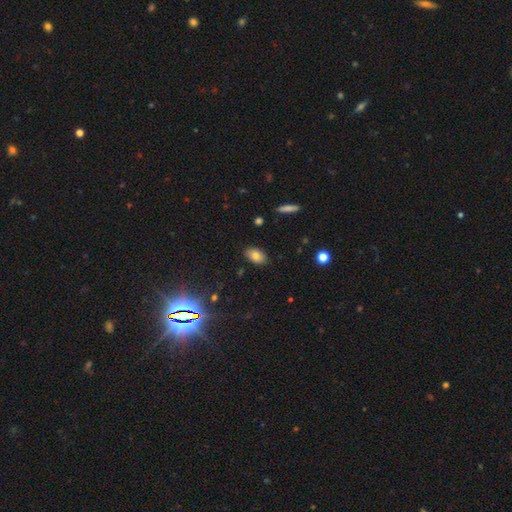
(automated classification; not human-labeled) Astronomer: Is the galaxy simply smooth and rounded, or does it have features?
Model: smooth — 78%.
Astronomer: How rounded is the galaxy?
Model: in between — 91%.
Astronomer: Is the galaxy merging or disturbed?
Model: none — 86%.